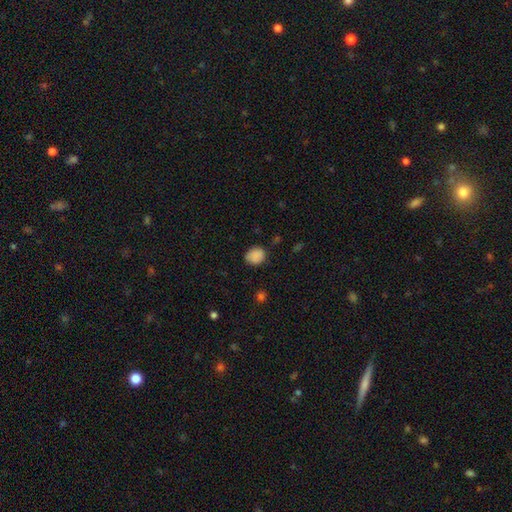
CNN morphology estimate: Smooth or featured? smooth (86%)
How rounded? round (64%)
Merging? none (76%)